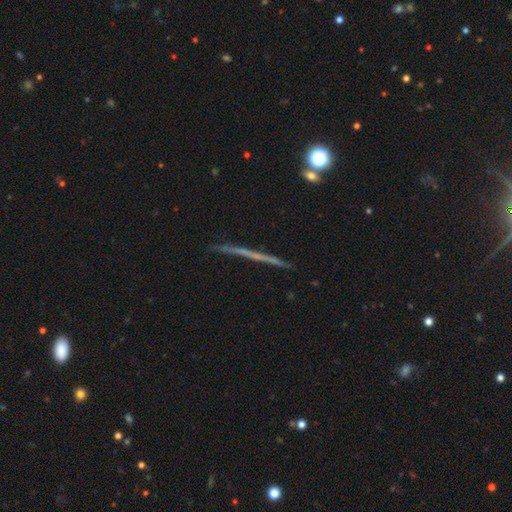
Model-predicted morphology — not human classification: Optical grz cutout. It shows a featured or disk galaxy (60%) viewed edge-on (97%) with no central bulge (91%). Merging: none (89%).